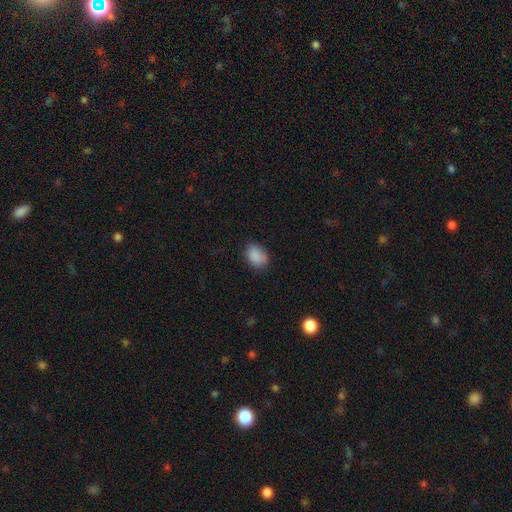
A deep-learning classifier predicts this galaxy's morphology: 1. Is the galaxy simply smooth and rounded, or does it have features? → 86% smooth, 9% star or artifact, 5% featured or disk.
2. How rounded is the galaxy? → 78% in between, 20% round, 1% cigar-shaped.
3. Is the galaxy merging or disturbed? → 72% none, 21% minor disturbance, 5% major disturbance, 2% merger.